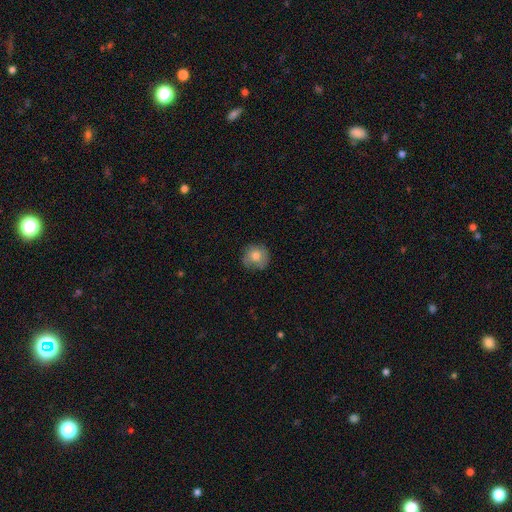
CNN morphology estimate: Q: Smooth or featured?
A: smooth (70%); runner-up: featured or disk (21%)
Q: How rounded?
A: round (88%); runner-up: in between (11%)
Q: Merging?
A: none (74%); runner-up: minor disturbance (20%)